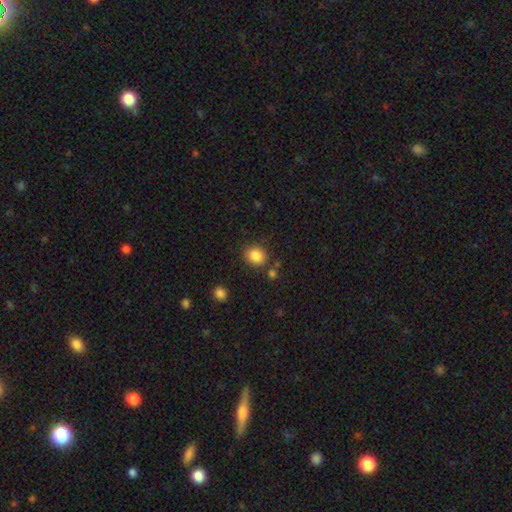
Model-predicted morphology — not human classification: smooth-or-featured: smooth: 85% | star or artifact: 10% | featured or disk: 5%
  how-rounded: round: 64% | in between: 35% | cigar-shaped: 1%
  merging: none: 80% | minor disturbance: 11% | merger: 5% | major disturbance: 3%